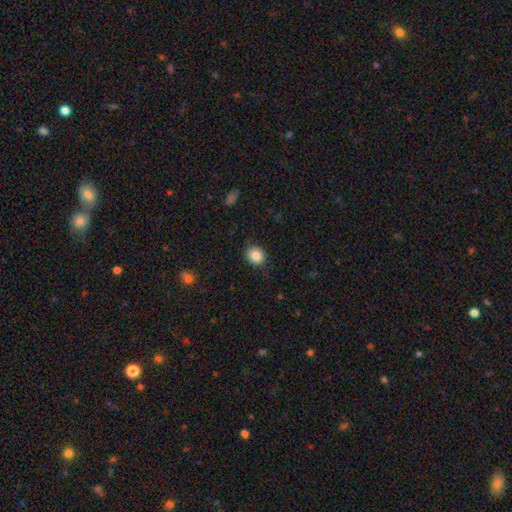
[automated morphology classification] Smooth or featured?
  - smooth: 85% *
  - star or artifact: 9%
  - featured or disk: 6%
How rounded?
  - round: 71% *
  - in between: 28%
  - cigar-shaped: 1%
Merging?
  - none: 86% *
  - minor disturbance: 10%
  - major disturbance: 2%
  - merger: 1%